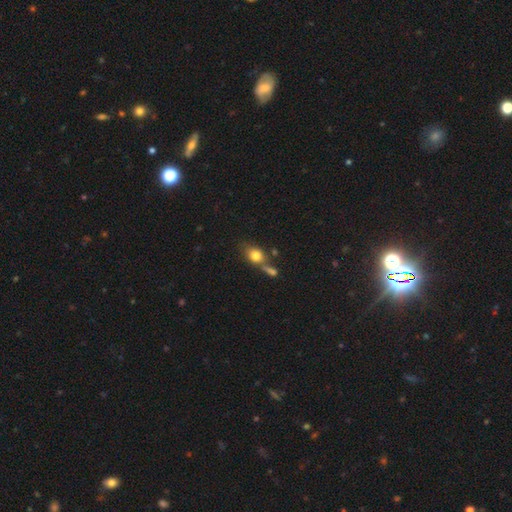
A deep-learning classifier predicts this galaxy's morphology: A smooth galaxy with no disk features (77%) that is in between round and cigar-shaped (49%). Merging: none (43%).